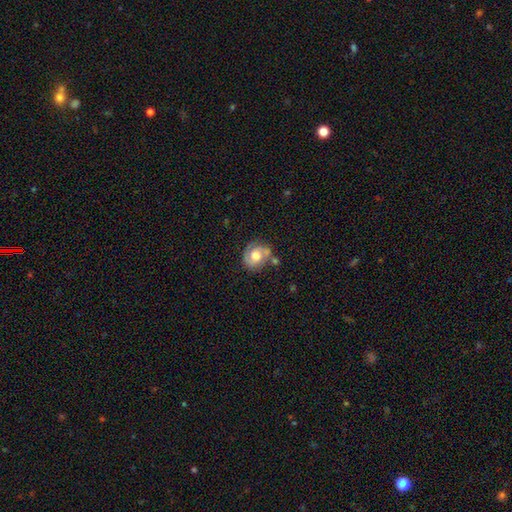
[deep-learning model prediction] Smooth or featured: featured or disk — 62% (smooth — 30%)
Edge-on disk: no — 97% (yes — 3%)
Bar: no — 68% (weak — 26%)
Spiral arms: yes — 87% (no — 13%)
Spiral winding: tight — 49% (medium — 39%)
Spiral arm count: 2 — 76% (1 — 12%)
Bulge size: moderate — 55% (large — 31%)
Merging: none — 61% (minor disturbance — 21%)